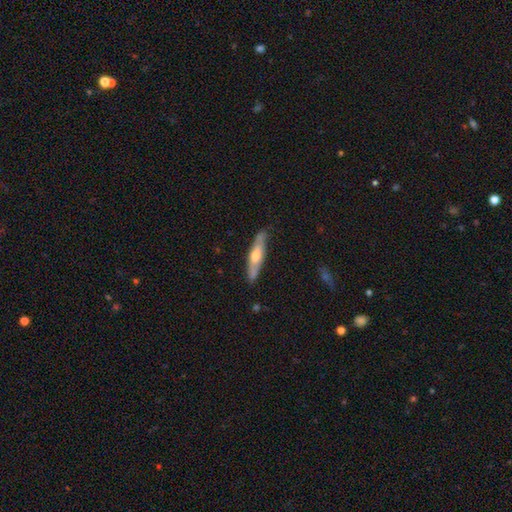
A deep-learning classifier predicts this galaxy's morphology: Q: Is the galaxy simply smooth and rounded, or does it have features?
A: featured or disk — 50%.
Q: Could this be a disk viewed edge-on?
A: yes — 83%.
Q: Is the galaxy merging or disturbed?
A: none — 84%.